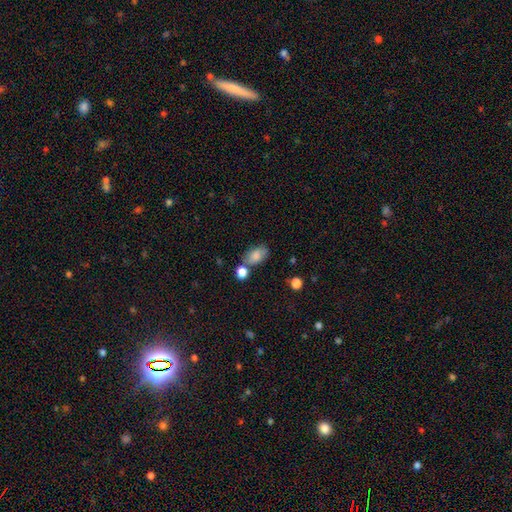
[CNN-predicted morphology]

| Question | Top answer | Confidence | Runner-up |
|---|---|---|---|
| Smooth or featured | smooth | 80% | featured or disk (11%) |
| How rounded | in between | 88% | round (10%) |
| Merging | none | 59% | minor disturbance (18%) |